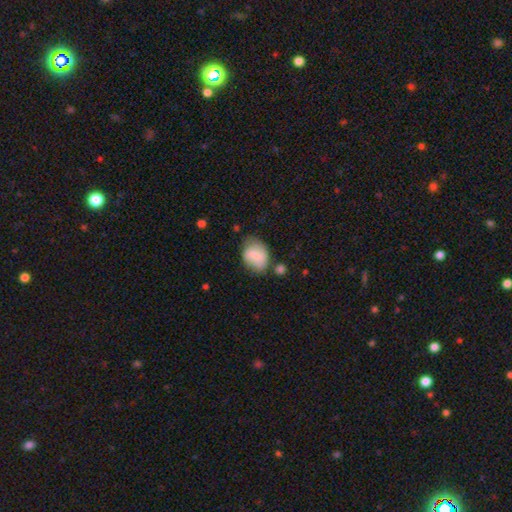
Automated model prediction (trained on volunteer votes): smooth 72%, featured or disk 21%, star or artifact 8%. Down the decision tree: how rounded — in between (65%); merging — none (54%).